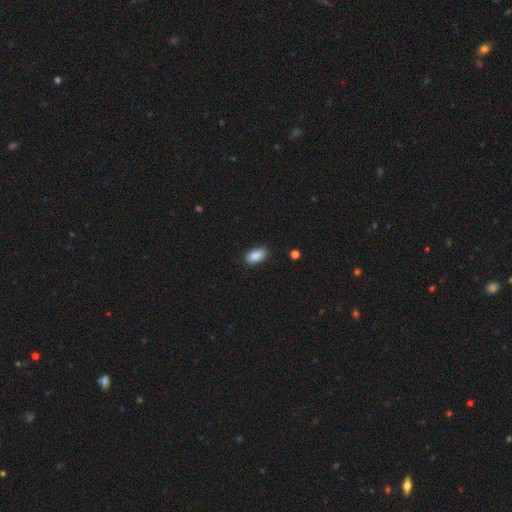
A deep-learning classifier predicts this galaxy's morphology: smooth 89%, star or artifact 7%, featured or disk 4%. Down the decision tree: how rounded — in between (92%); merging — none (88%).